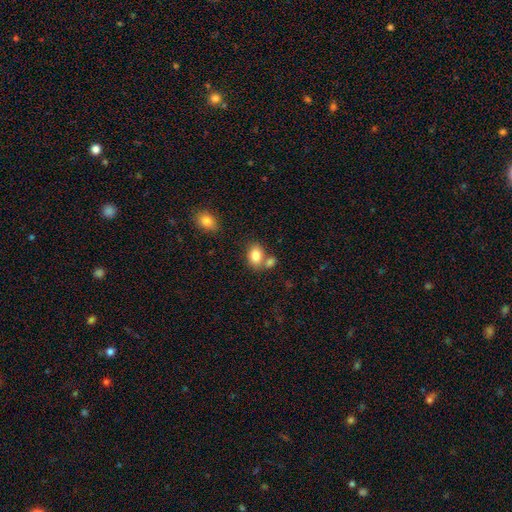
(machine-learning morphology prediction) smooth 84%, star or artifact 8%, featured or disk 8%. Down the decision tree: how rounded — in between (79%); merging — none (50%).